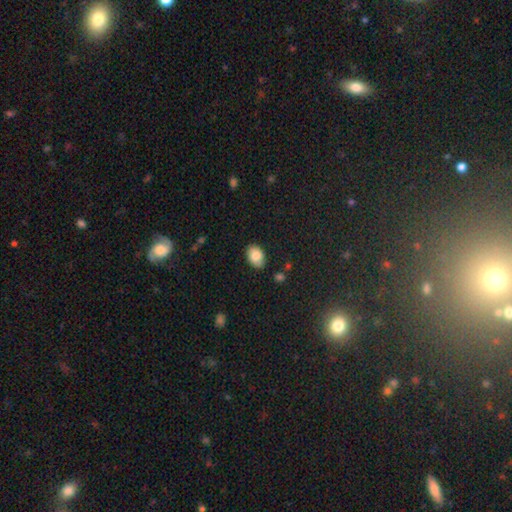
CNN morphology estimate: This appears to be a smooth galaxy with no disk features (83%) that is in between round and cigar-shaped (82%). Merging: none (81%).